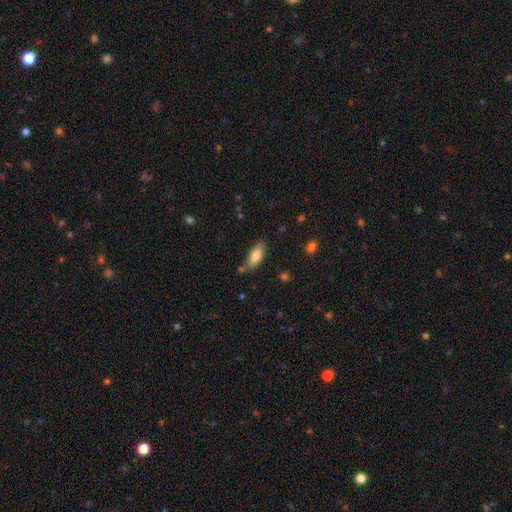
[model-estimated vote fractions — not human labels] A smooth galaxy with no disk features (78%) that is in between round and cigar-shaped (72%). Merging: none (71%).